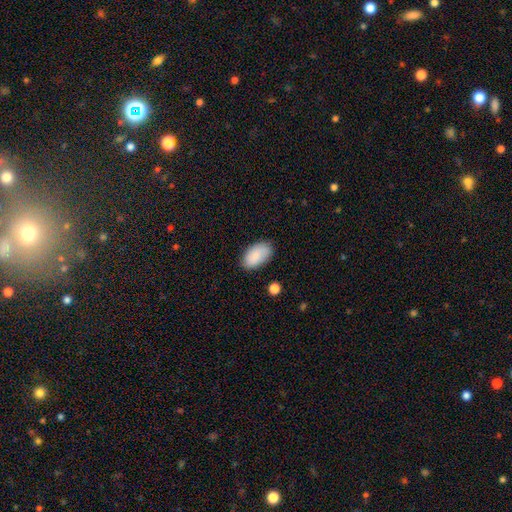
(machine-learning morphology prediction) A smooth galaxy with no disk features (87%) that is in between round and cigar-shaped (95%).

Vote fractions:
- Smooth or featured? smooth: 87% / featured or disk: 7% / star or artifact: 6%
- How rounded? in between: 95% / round: 4% / cigar-shaped: 2%
- Merging? none: 80% / minor disturbance: 15% / major disturbance: 3% / merger: 2%